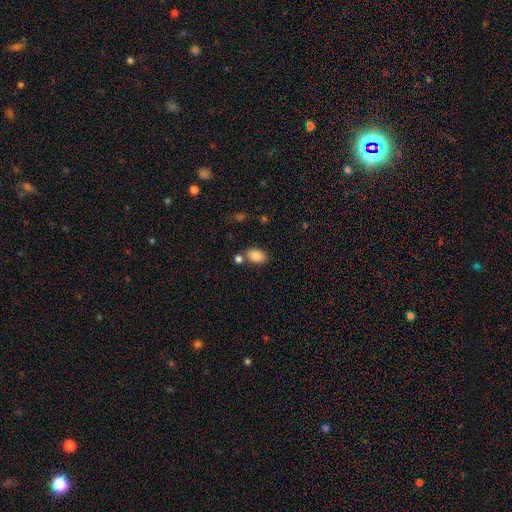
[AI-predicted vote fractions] This appears to be a smooth galaxy with no disk features (85%) that is in between round and cigar-shaped (88%). Merging: none (71%).